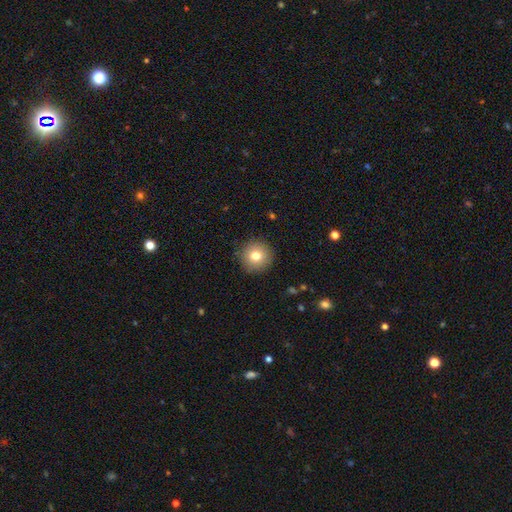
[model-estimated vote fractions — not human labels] This appears to be a smooth galaxy with no disk features (77%) that is round (95%). Merging: none (91%).